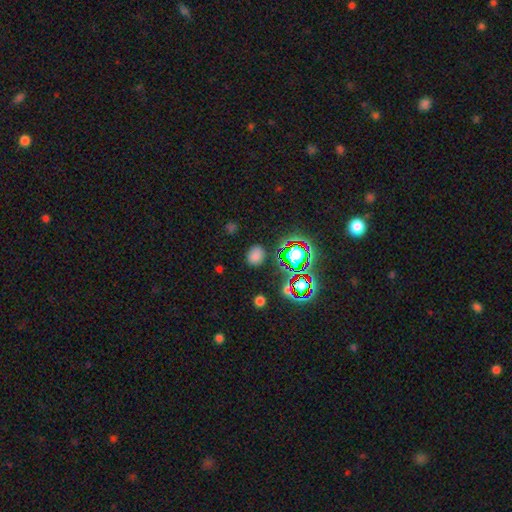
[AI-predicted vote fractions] smooth_or_featured: smooth (p=0.71) [alt: star or artifact p=0.23]
how_rounded: round (p=0.56) [alt: in between p=0.42]
merging: none (p=0.84) [alt: minor disturbance p=0.10]